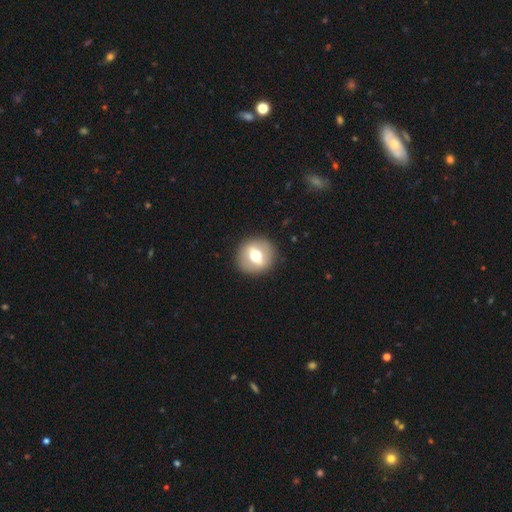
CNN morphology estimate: smooth_or_featured: featured or disk (p=0.47) [alt: smooth p=0.45]
merging: none (p=0.89) [alt: minor disturbance p=0.07]